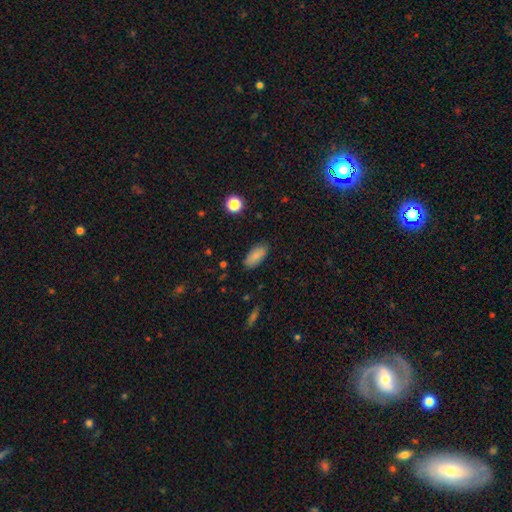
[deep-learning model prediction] Q: Smooth or featured?
A: smooth (83%); runner-up: featured or disk (9%)
Q: How rounded?
A: in between (89%); runner-up: cigar-shaped (8%)
Q: Merging?
A: none (84%); runner-up: minor disturbance (12%)